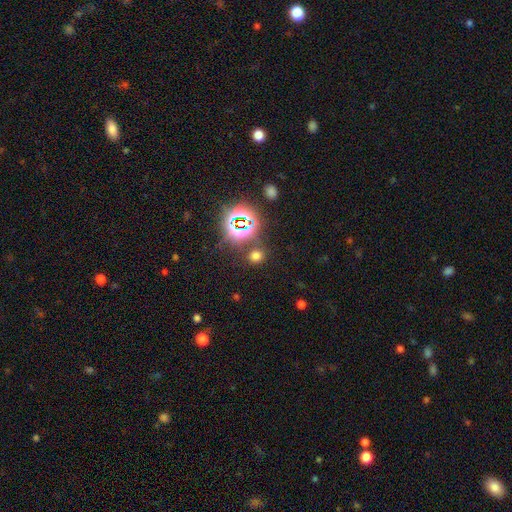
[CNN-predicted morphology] This is possibly a smooth galaxy (58%). How rounded: likely round (76%). Merging: clearly none (80%).